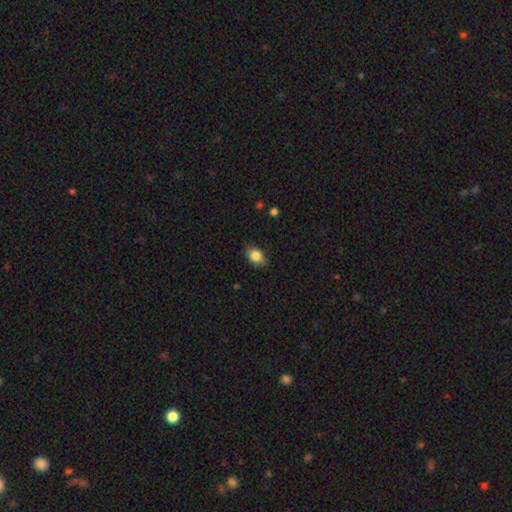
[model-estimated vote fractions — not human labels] smooth 85%, star or artifact 8%, featured or disk 7%. Down the decision tree: how rounded — in between (78%); merging — none (81%).